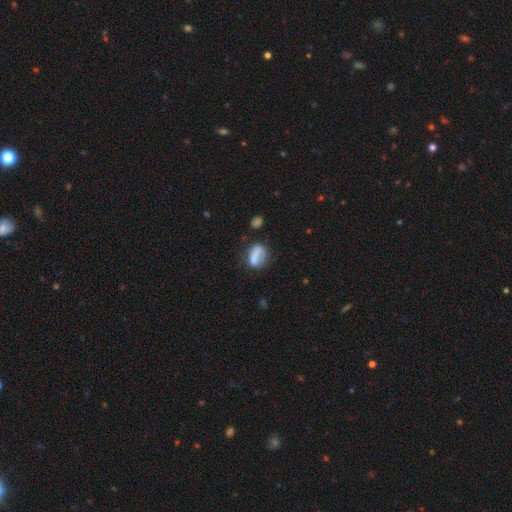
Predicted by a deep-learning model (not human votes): A smooth galaxy with no disk features (71%) that is in between round and cigar-shaped (66%).

Vote fractions:
- Smooth or featured? smooth: 71% / featured or disk: 19% / star or artifact: 9%
- How rounded? in between: 66% / round: 26% / cigar-shaped: 8%
- Merging? none: 48% / minor disturbance: 26% / major disturbance: 15% / merger: 11%